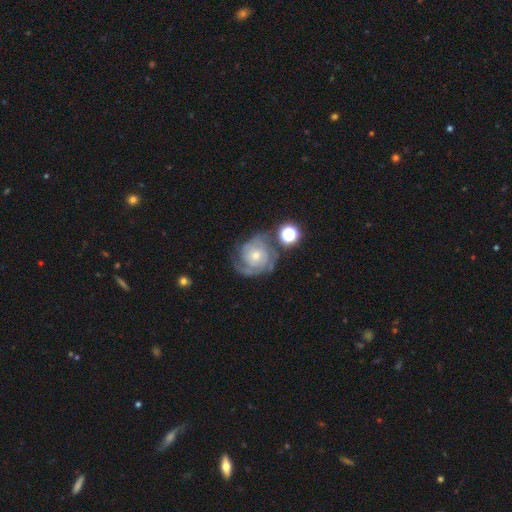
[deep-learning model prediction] Morphology: type=featured or disk (81%); edge-on=no (98%); bar=no (78%); spiral arms=yes (95%); winding=tight (65%); arm count=can't tell (27%, tied with 2 and 3); bulge=small (54%); merging=none (62%).